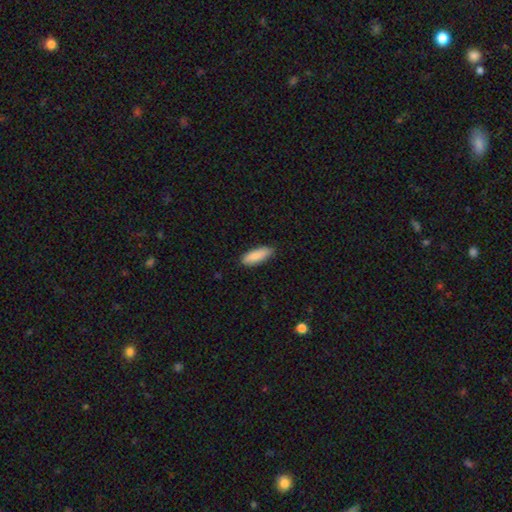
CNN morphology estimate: Smooth or featured? smooth (88%)
How rounded? in between (60%)
Merging? none (84%)